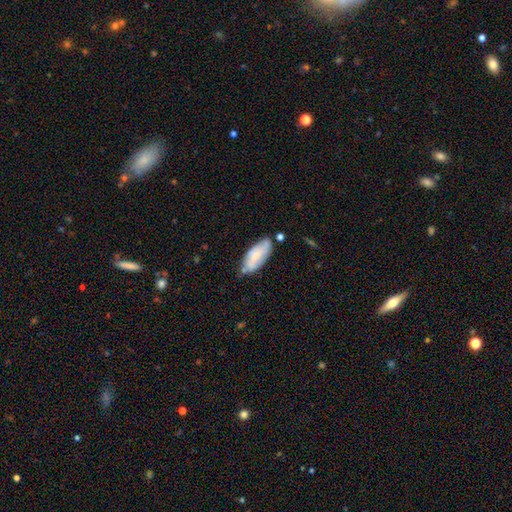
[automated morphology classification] This is possibly a smooth galaxy (59%). How rounded: clearly in between (82%). Merging: likely none (63%).